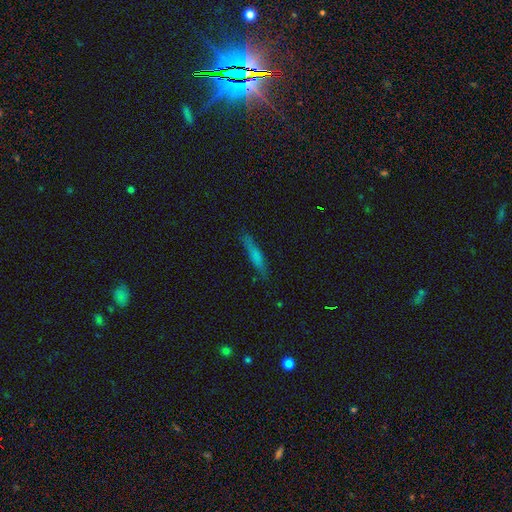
Overall: featured or disk (47%; smooth 42%). Edge-on disk: yes (89%). Edge-on bulge: boxy (44%; rounded 31%). Merging: none (62%; minor disturbance 29%).